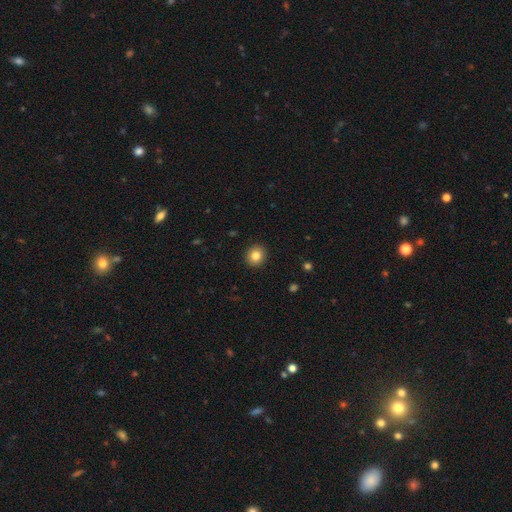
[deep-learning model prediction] Q: Smooth or featured?
A: smooth (83%); runner-up: star or artifact (10%)
Q: How rounded?
A: round (86%); runner-up: in between (13%)
Q: Merging?
A: none (92%); runner-up: minor disturbance (6%)